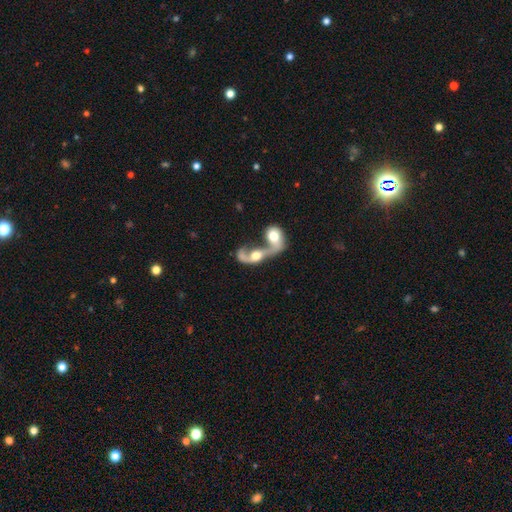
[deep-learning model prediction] A featured or disk galaxy (58%) with no bar (72%), spiral arms (64%) and a moderate central bulge (49%). Merging: merger (83%).